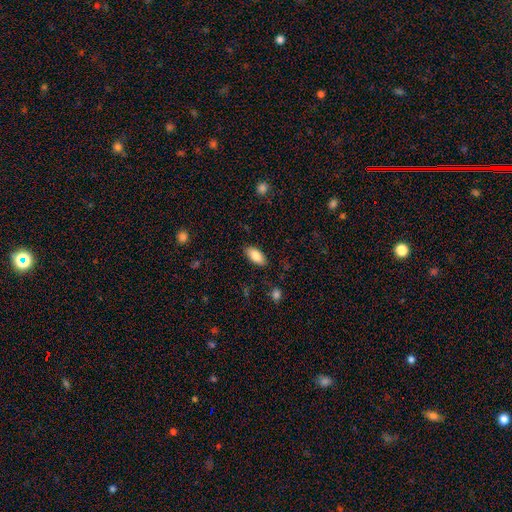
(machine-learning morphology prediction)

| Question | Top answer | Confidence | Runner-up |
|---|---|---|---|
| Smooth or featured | smooth | 86% | featured or disk (8%) |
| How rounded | in between | 91% | cigar-shaped (7%) |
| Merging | none | 86% | minor disturbance (10%) |